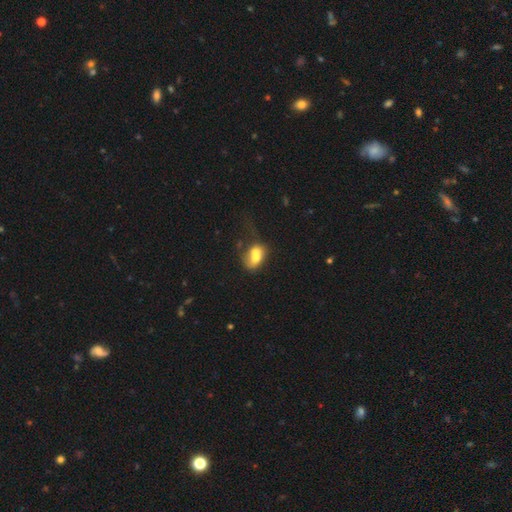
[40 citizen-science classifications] This appears to be a smooth galaxy with no disk features (57%) that is in between round and cigar-shaped (65%). Merging: merger (37%).